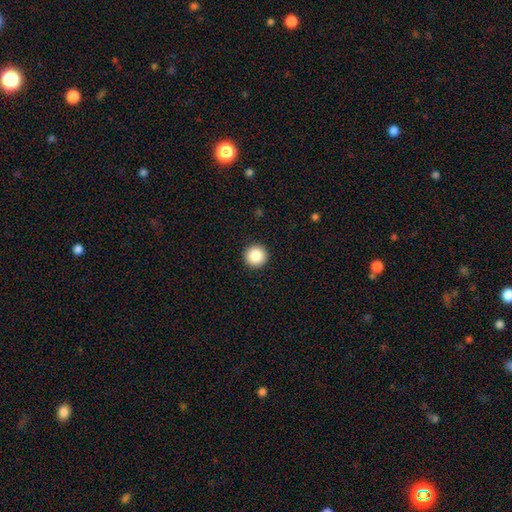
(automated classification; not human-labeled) The model was most divided on "smooth or featured": smooth: 87%, star or artifact: 9%, featured or disk: 4%. More confident: how rounded — round (97%); merging — none (93%).